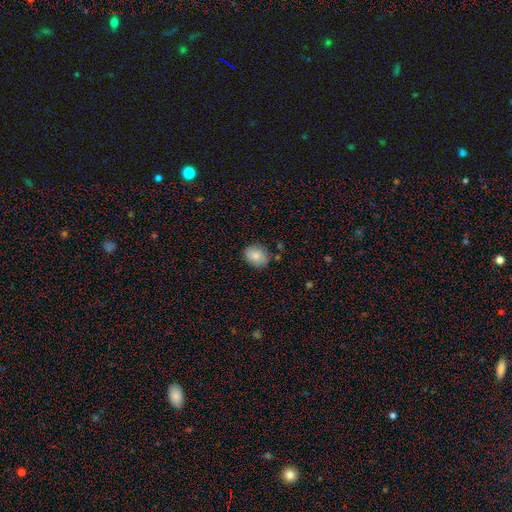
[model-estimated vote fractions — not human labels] Overall: smooth (82%). How rounded: in between (59%; round 40%). Merging: none (81%).